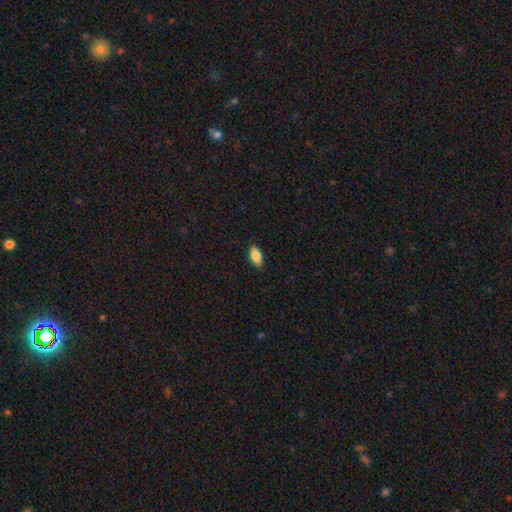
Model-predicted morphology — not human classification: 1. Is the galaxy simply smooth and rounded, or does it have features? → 85% smooth, 8% featured or disk, 7% star or artifact.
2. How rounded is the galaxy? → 91% in between, 6% cigar-shaped, 3% round.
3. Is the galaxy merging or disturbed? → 88% none, 9% minor disturbance, 2% major disturbance, 1% merger.